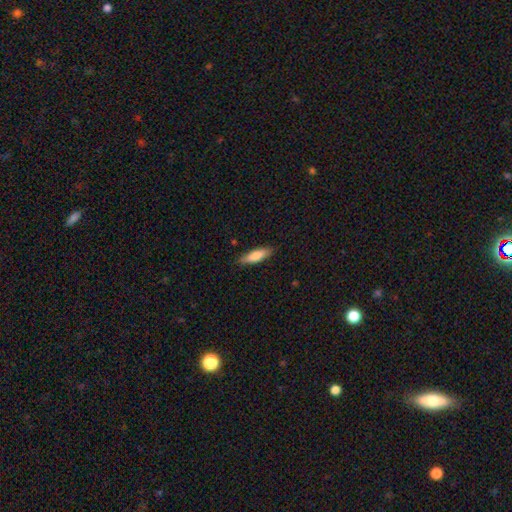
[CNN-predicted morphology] Smooth or featured? Predicted: smooth (p=0.77). How rounded? Predicted: cigar-shaped (p=0.56). Merging? Predicted: none (p=0.86).